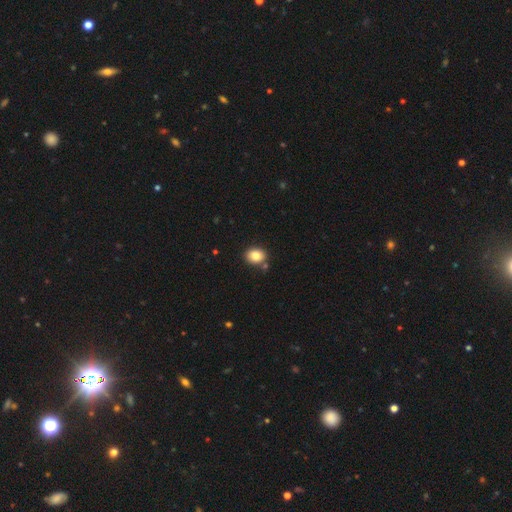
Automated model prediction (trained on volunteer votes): smooth 83%, star or artifact 10%, featured or disk 7%. Down the decision tree: how rounded — round (53%); merging — none (80%).